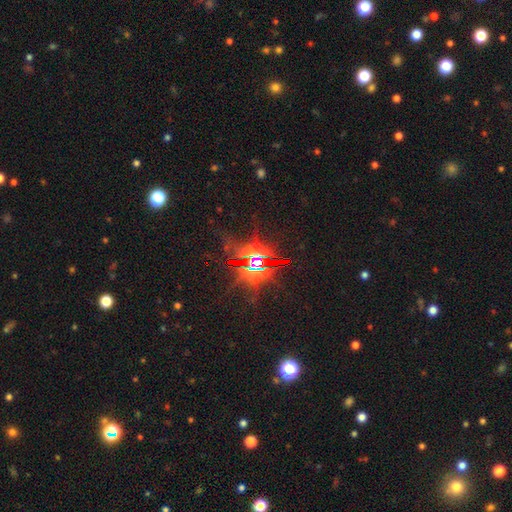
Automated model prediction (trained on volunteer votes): The model was most divided on "smooth or featured": star or artifact: 82%, smooth: 10%, featured or disk: 9%.